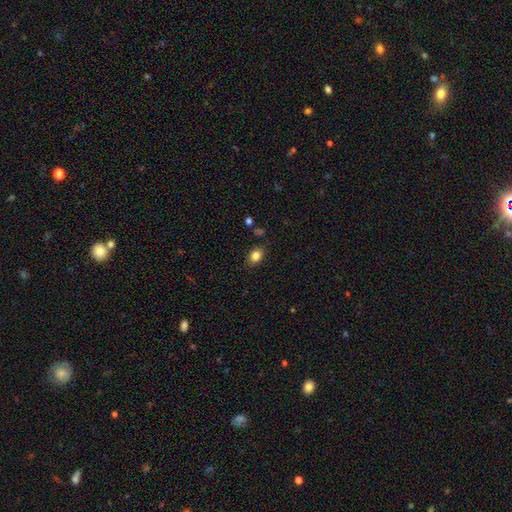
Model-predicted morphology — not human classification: Smooth or featured: smooth — 84% (star or artifact — 10%)
How rounded: in between — 67% (round — 32%)
Merging: none — 83% (minor disturbance — 13%)